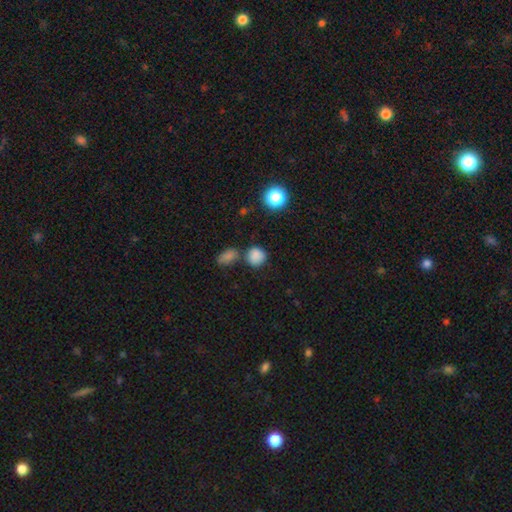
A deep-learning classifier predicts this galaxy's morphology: type=smooth (82%); roundness=round (82%); merging=none (67%).